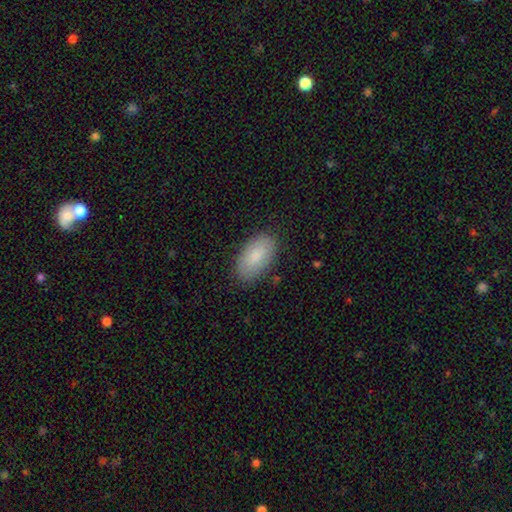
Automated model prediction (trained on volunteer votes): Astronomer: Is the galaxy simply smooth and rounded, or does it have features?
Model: smooth — 85%.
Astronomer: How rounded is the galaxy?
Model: in between — 95%.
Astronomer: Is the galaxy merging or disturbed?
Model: none — 85%.